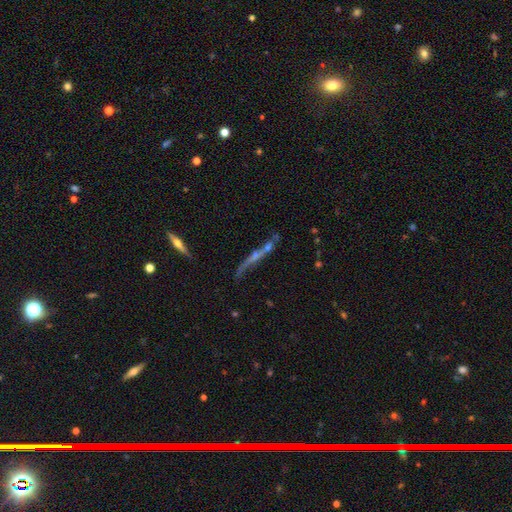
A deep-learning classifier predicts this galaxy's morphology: The model was most divided on "edge-on bulge": rounded: 50%, none: 41%, boxy: 9%. More confident: edge-on disk — yes (84%); smooth or featured — featured or disk (64%); merging — none (52%).